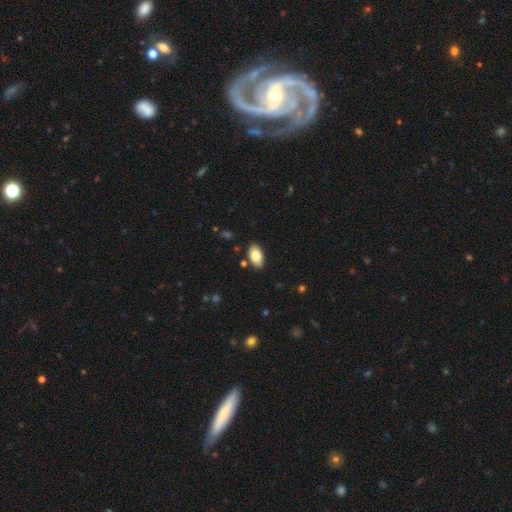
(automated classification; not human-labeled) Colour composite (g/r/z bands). It shows a smooth galaxy with no disk features (80%) that is in between round and cigar-shaped (95%). Merging: none (86%).